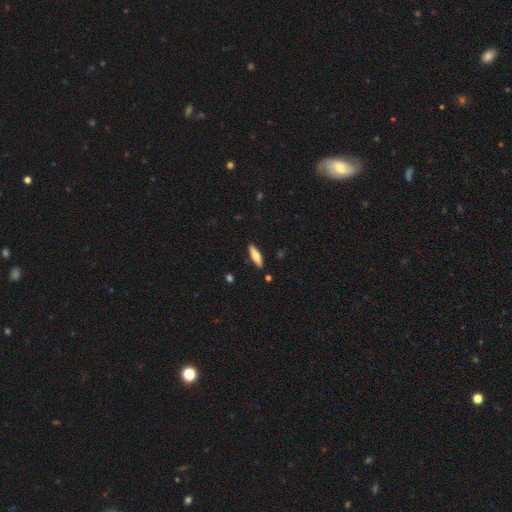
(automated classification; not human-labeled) The model was most divided on "how rounded": cigar-shaped: 59%, in between: 39%, round: 2%. More confident: merging — none (89%); smooth or featured — smooth (63%).